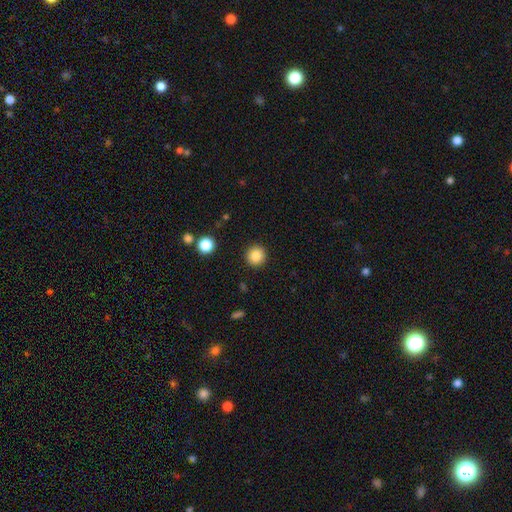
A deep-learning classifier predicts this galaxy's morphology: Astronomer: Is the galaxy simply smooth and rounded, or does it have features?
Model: smooth — 86%.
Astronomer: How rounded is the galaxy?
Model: round — 94%.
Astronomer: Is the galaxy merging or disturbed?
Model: none — 91%.